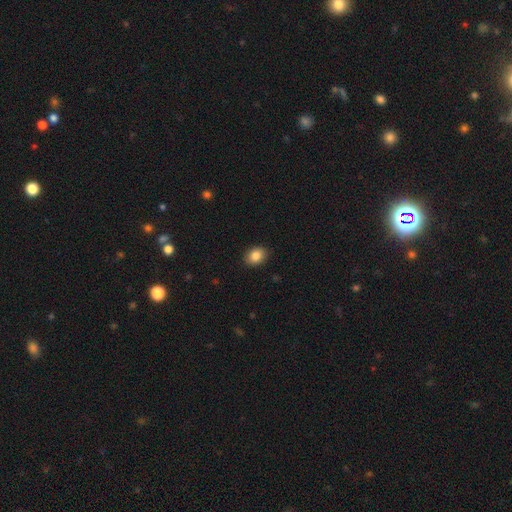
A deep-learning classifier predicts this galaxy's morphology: This appears to be a smooth galaxy with no disk features (86%) that is in between round and cigar-shaped (65%). Merging: none (89%).